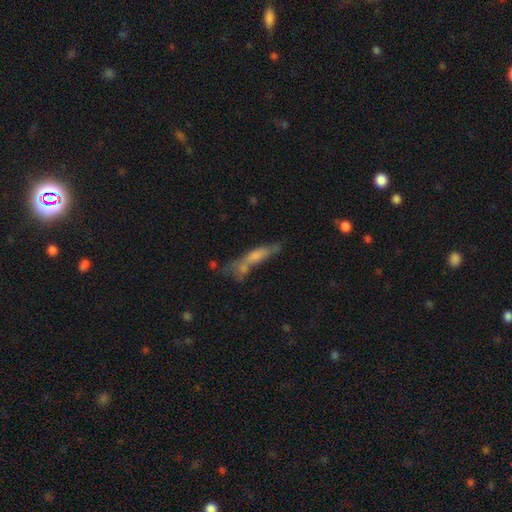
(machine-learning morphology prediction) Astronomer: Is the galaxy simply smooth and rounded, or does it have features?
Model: smooth — 53% (runner-up: featured or disk, 36%).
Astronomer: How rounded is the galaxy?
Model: cigar-shaped — 77%.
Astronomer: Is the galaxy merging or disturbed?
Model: none — 39% (runner-up: merger, 28%).